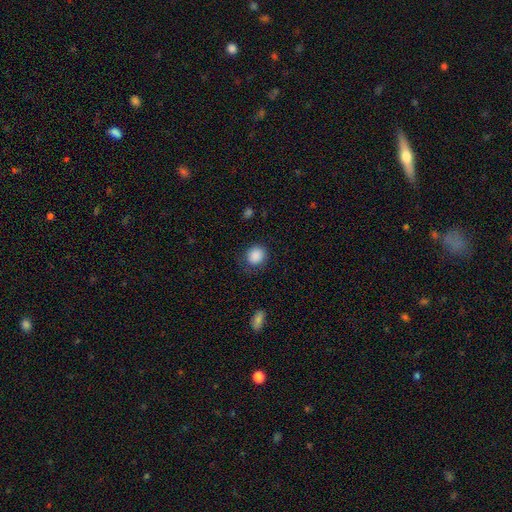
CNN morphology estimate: smooth 88%, star or artifact 8%, featured or disk 4%. Down the decision tree: how rounded — round (77%); merging — none (81%).